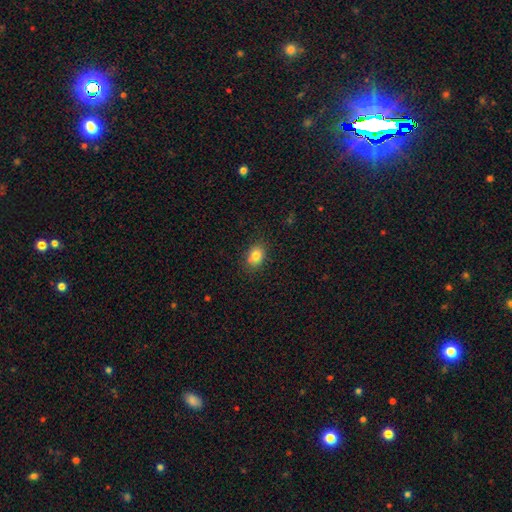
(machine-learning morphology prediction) A smooth galaxy with no disk features (82%) that is in between round and cigar-shaped (65%). Merging: none (82%).